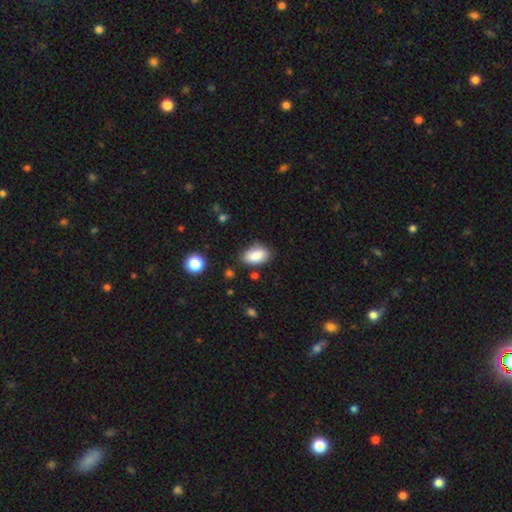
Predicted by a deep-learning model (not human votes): Smooth or featured? smooth (86%)
How rounded? in between (92%)
Merging? none (76%)